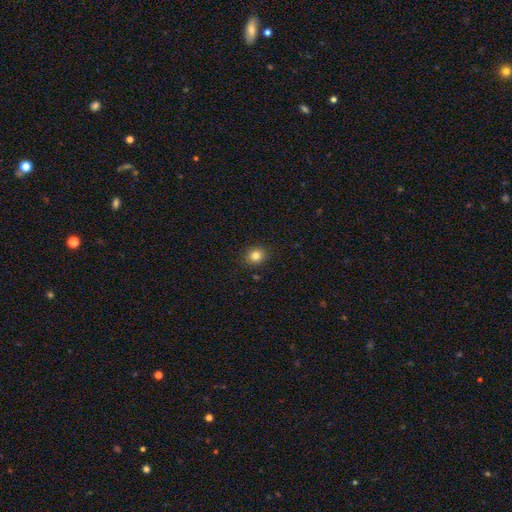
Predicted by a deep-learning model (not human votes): Smooth or featured? Predicted: smooth (p=0.83). How rounded? Predicted: round (p=0.77). Merging? Predicted: none (p=0.90).